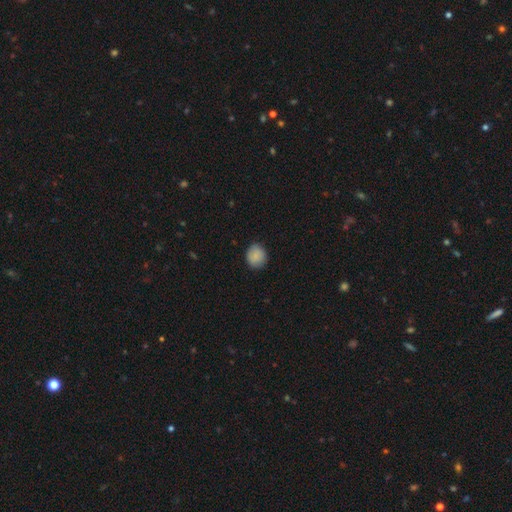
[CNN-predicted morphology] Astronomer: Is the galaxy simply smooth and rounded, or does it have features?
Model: smooth — 87%.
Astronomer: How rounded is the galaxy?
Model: round — 78%.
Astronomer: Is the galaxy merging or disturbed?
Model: none — 86%.